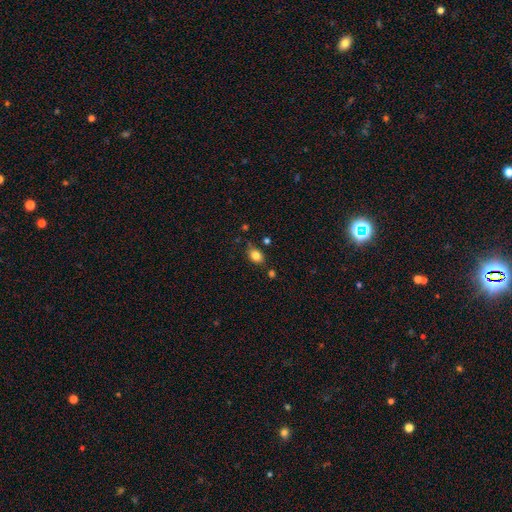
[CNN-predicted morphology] Smooth or featured? Predicted: smooth (p=0.82). How rounded? Predicted: in between (p=0.71). Merging? Predicted: none (p=0.73).